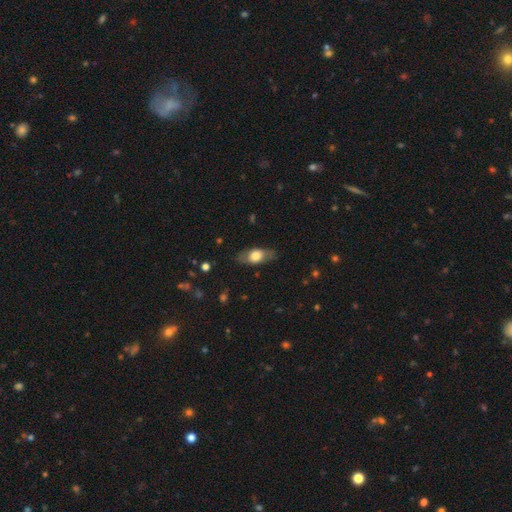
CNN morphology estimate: Smooth or featured?
  - smooth: 64% *
  - featured or disk: 30%
  - star or artifact: 6%
How rounded?
  - in between: 83% *
  - cigar-shaped: 11%
  - round: 6%
Merging?
  - none: 77% *
  - minor disturbance: 17%
  - major disturbance: 5%
  - merger: 1%